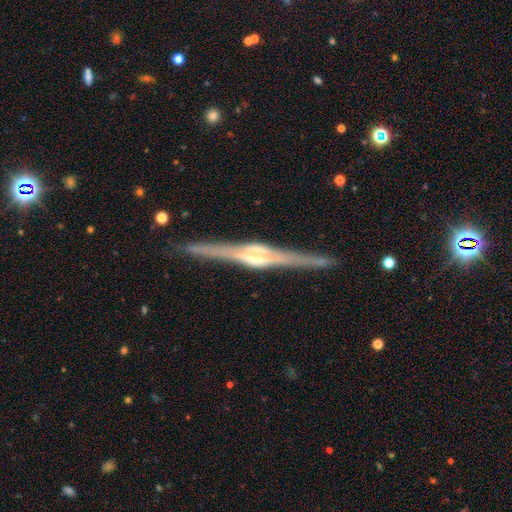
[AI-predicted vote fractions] This is clearly a featured or disk galaxy (87%). It is clearly viewed edge-on (98%). Edge-on bulge: likely rounded (60%). Merging: clearly none (89%).